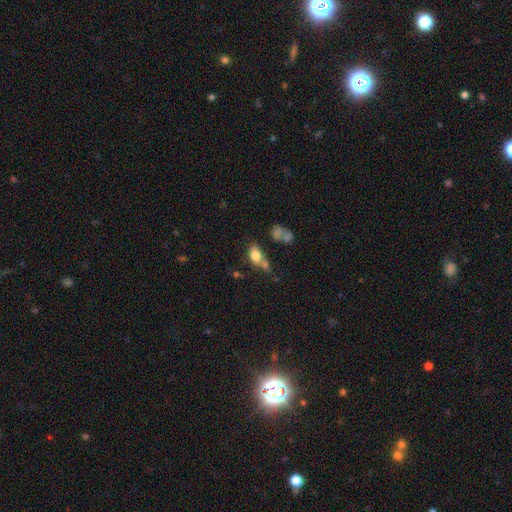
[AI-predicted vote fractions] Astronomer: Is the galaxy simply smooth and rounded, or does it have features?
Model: smooth — 74%.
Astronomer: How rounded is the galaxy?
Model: in between — 85%.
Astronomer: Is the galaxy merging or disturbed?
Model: none — 44% (runner-up: merger, 28%).